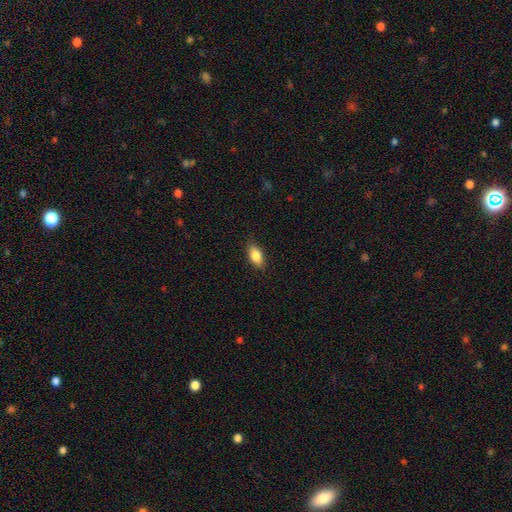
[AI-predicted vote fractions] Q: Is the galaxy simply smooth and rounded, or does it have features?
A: smooth — 85%.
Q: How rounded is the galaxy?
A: in between — 88%.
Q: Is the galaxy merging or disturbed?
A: none — 85%.